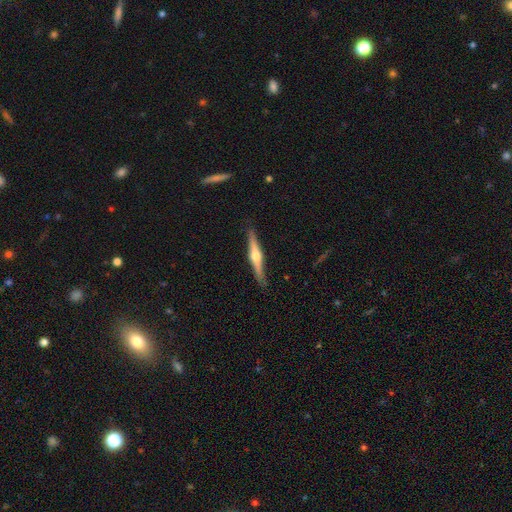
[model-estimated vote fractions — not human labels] The model was most divided on "smooth or featured": featured or disk: 71%, smooth: 24%, star or artifact: 5%. More confident: edge-on disk — yes (98%); edge-on bulge — rounded (95%); merging — none (89%).